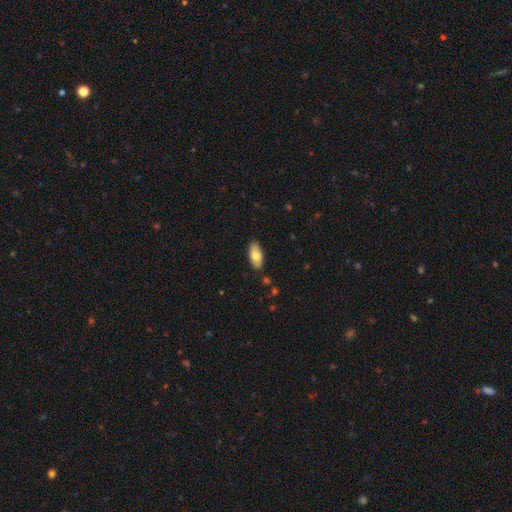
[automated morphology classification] This is likely a smooth galaxy (80%). How rounded: clearly in between (90%). Merging: clearly none (87%).